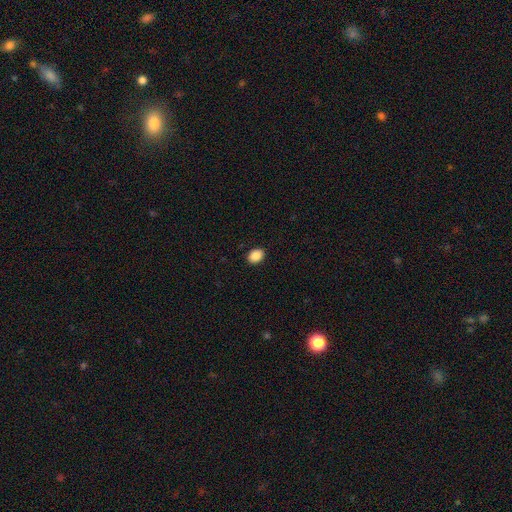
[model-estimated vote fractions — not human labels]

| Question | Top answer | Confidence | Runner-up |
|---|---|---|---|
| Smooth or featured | smooth | 89% | star or artifact (8%) |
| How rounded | in between | 71% | round (28%) |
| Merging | none | 90% | minor disturbance (7%) |